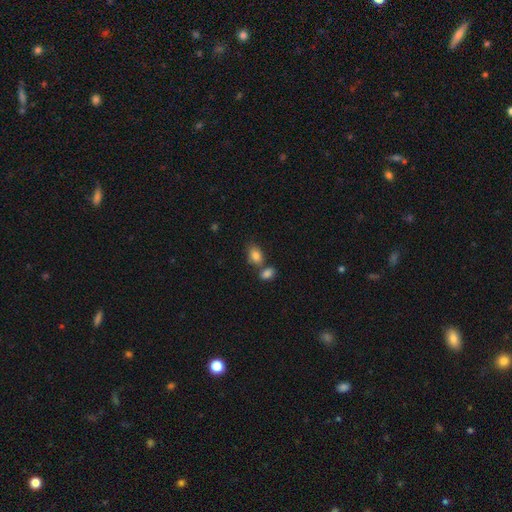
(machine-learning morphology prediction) This appears to be a smooth galaxy with no disk features (84%) that is in between round and cigar-shaped (80%). Merging: none (52%).